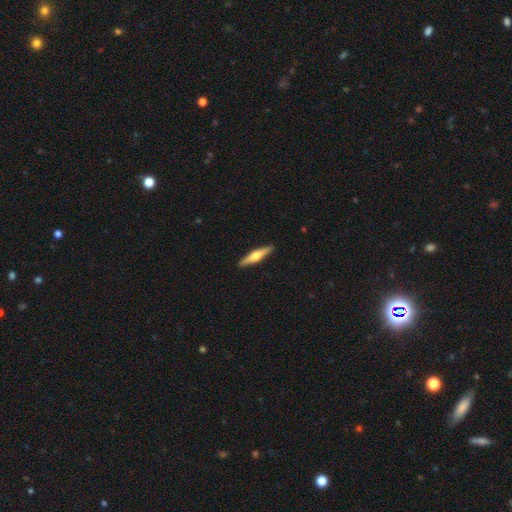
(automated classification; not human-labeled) The model was most divided on "smooth or featured": featured or disk: 58%, smooth: 37%, star or artifact: 5%. More confident: edge-on disk — yes (97%); merging — none (92%); edge-on bulge — rounded (91%).